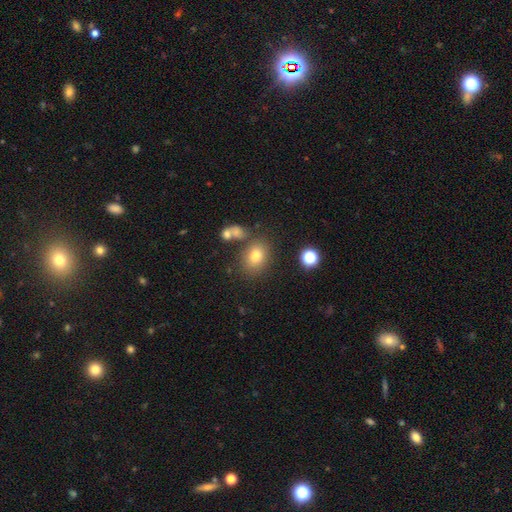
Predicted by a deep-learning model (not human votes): A smooth galaxy with no disk features (75%) that is in between round and cigar-shaped (50%). Merging: none (72%).